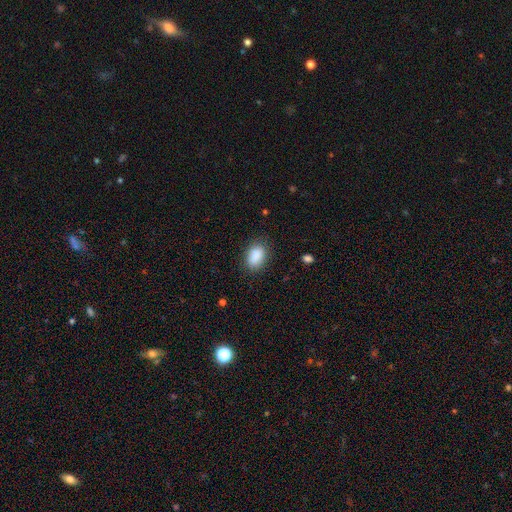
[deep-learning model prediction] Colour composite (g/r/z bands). It shows a smooth galaxy with no disk features (89%) that is in between round and cigar-shaped (85%). Merging: none (82%).